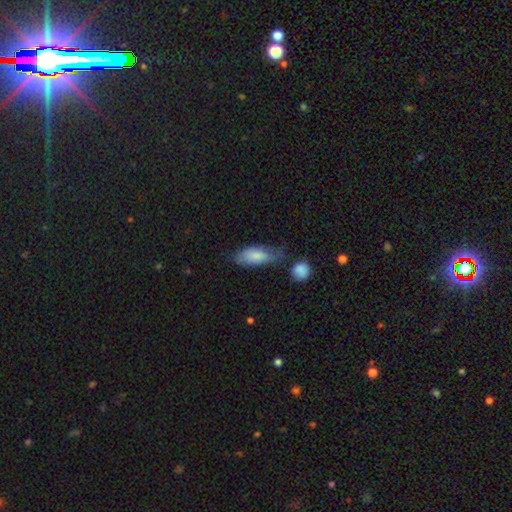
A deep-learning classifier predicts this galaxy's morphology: A smooth galaxy with no disk features (80%) that is in between round and cigar-shaped (83%). Merging: none (48%).